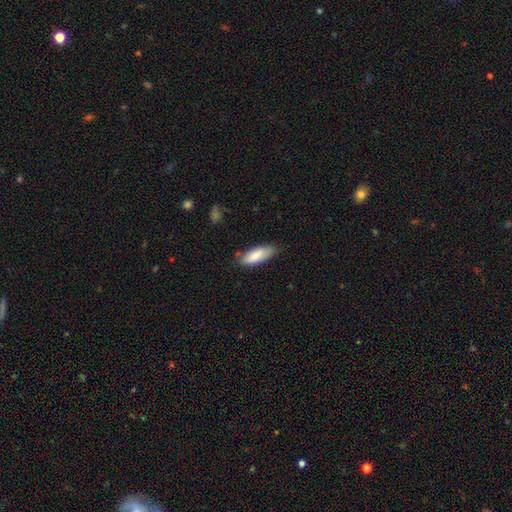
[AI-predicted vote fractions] Smooth or featured? smooth (82%)
How rounded? in between (71%)
Merging? none (72%)